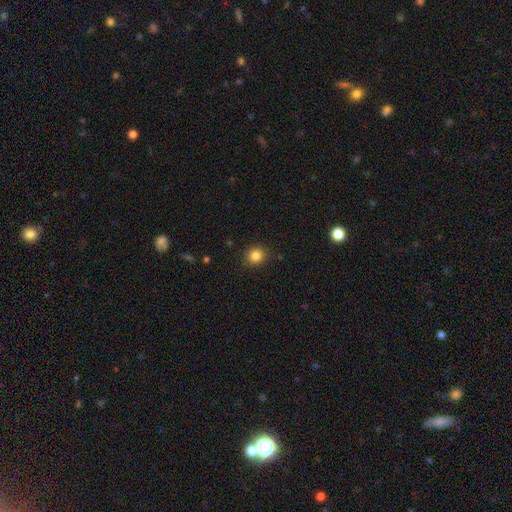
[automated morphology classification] type=smooth (84%); roundness=round (86%); merging=none (88%).